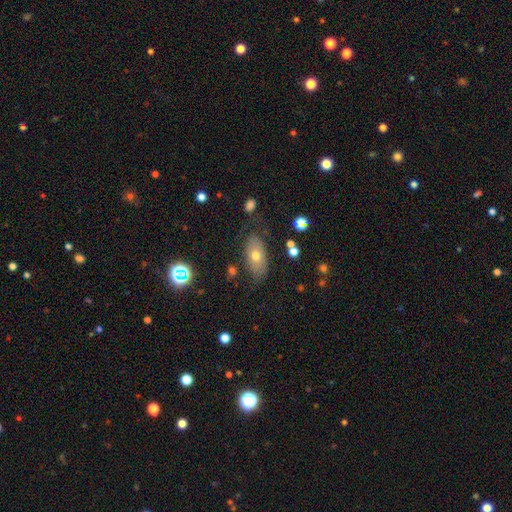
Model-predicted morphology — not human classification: Smooth or featured? smooth (62%)
How rounded? in between (89%)
Merging? none (70%)